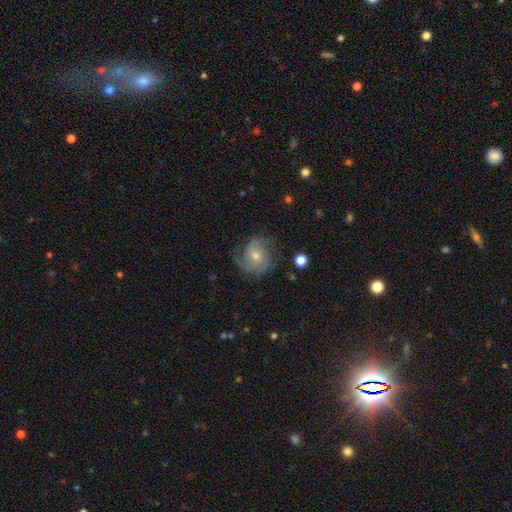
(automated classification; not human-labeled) Smooth or featured?
  - featured or disk: 77% *
  - smooth: 13%
  - star or artifact: 9%
Edge-on disk?
  - no: 98% *
  - yes: 2%
Bar?
  - no: 69% *
  - weak: 27%
  - strong: 5%
Spiral arms?
  - yes: 95% *
  - no: 5%
Spiral winding?
  - medium: 43% *
  - tight: 40%
  - loose: 17%
Spiral arm count?
  - 2: 31% * (tied)
  - 3: 31% * (tied)
  - can't tell: 20%
  - 1: 7%
  - 4: 6%
  - more than 4: 5%
Bulge size?
  - small: 51% *
  - moderate: 45%
  - none: 2%
  - large: 2%
  - dominant: 1%
Merging?
  - none: 71% *
  - minor disturbance: 18%
  - major disturbance: 9%
  - merger: 1%